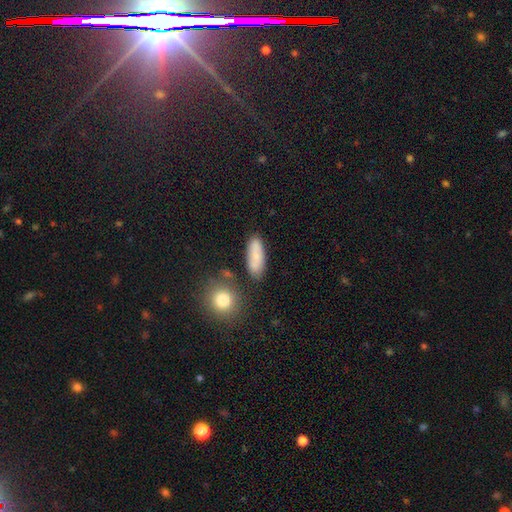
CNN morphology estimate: Q: Smooth or featured?
A: smooth (77%); runner-up: featured or disk (15%)
Q: How rounded?
A: in between (69%); runner-up: cigar-shaped (27%)
Q: Merging?
A: none (76%); runner-up: minor disturbance (14%)